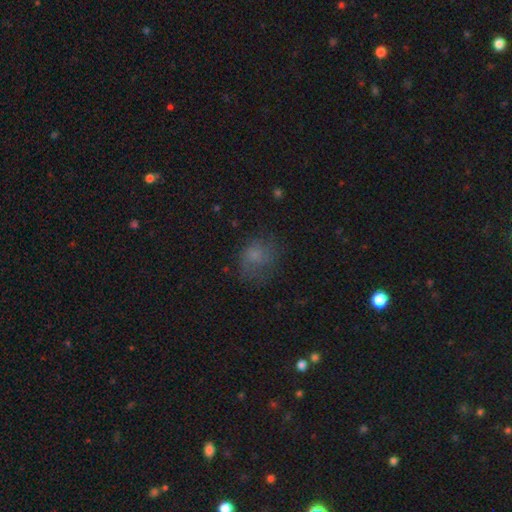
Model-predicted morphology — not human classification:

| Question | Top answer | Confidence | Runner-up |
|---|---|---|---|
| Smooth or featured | smooth | 64% | featured or disk (20%) |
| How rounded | round | 63% | in between (36%) |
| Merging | none | 56% | minor disturbance (23%) |